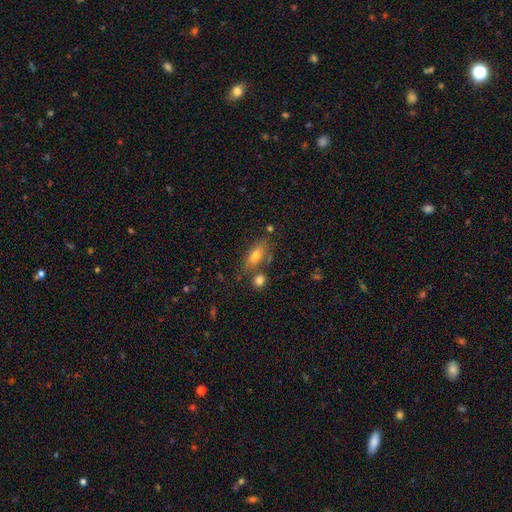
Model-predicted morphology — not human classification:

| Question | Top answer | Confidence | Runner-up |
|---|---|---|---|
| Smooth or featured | smooth | 73% | featured or disk (18%) |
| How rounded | in between | 78% | cigar-shaped (15%) |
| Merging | none | 65% | minor disturbance (15%) |